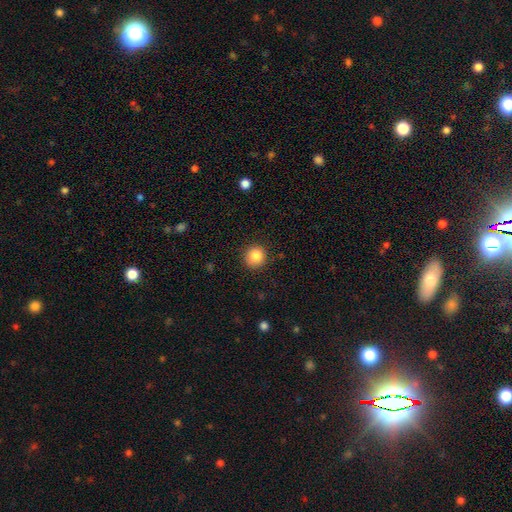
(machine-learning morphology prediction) Smooth or featured?
  - smooth: 85% *
  - star or artifact: 10%
  - featured or disk: 5%
How rounded?
  - round: 92% *
  - in between: 7%
  - cigar-shaped: 1%
Merging?
  - none: 89% *
  - minor disturbance: 7%
  - major disturbance: 2%
  - merger: 1%